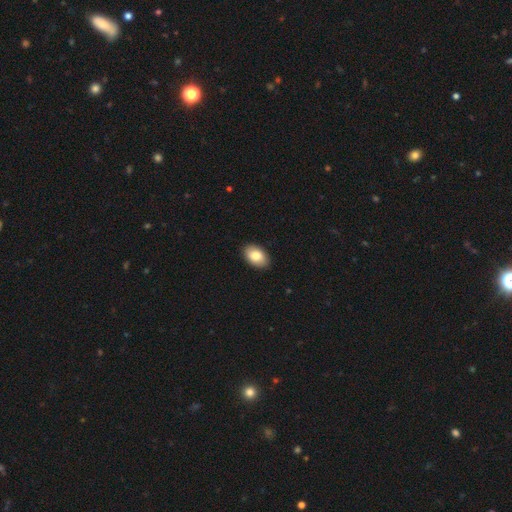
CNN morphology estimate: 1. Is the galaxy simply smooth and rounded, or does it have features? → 84% smooth, 10% featured or disk, 7% star or artifact.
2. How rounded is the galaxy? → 91% in between, 8% round, 1% cigar-shaped.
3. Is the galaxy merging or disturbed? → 90% none, 7% minor disturbance, 2% major disturbance, 1% merger.